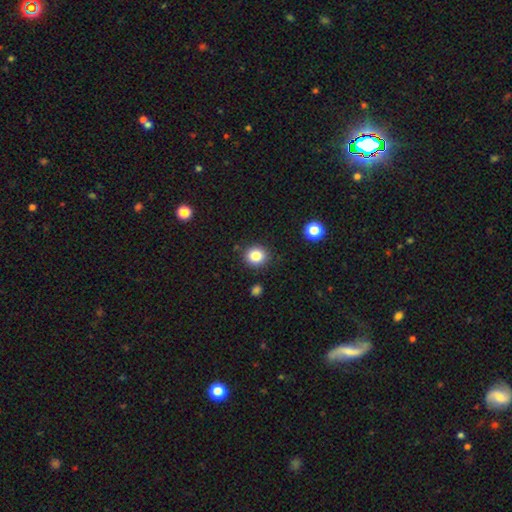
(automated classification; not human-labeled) Morphology: type=smooth (84%); roundness=round (85%); merging=none (88%).